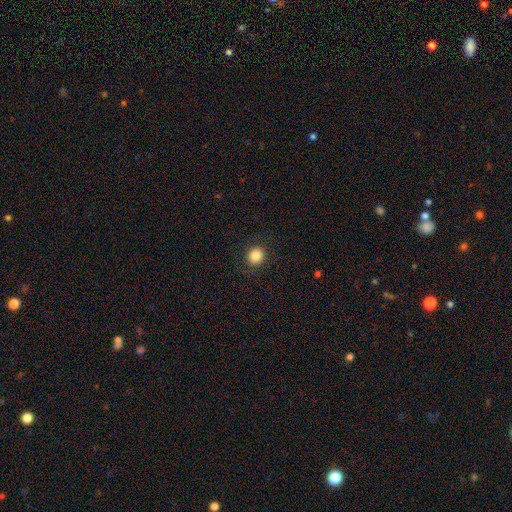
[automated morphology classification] The model was most divided on "how rounded": round: 84%, in between: 15%, cigar-shaped: 1%. More confident: merging — none (89%); smooth or featured — smooth (86%).